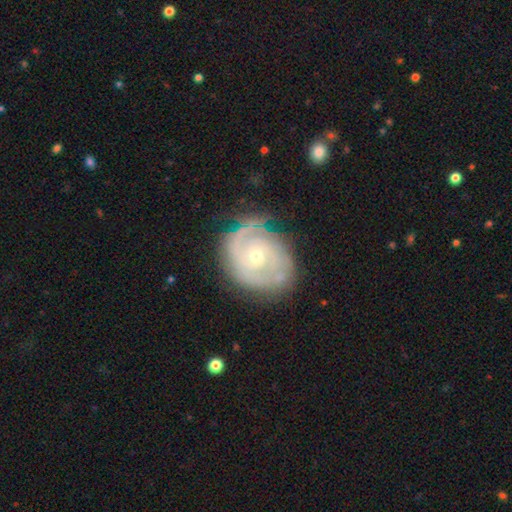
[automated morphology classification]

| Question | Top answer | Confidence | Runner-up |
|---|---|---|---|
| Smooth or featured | featured or disk | 83% | smooth (11%) |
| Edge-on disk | no | 97% | yes (3%) |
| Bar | no | 74% | weak (22%) |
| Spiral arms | yes | 92% | no (8%) |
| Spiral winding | tight | 70% | medium (23%) |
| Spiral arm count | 2 | 37% | can't tell (32%) |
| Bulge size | small | 63% | moderate (34%) |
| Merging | none | 66% | minor disturbance (23%) |